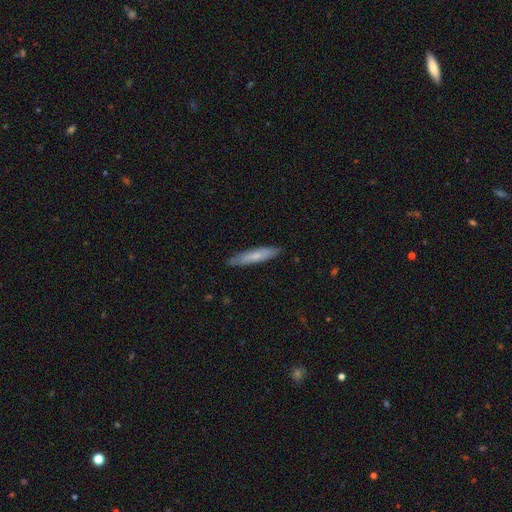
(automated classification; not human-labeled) smooth_or_featured: smooth (p=0.62) [alt: featured or disk p=0.33]
how_rounded: cigar-shaped (p=0.87) [alt: in between p=0.11]
merging: none (p=0.86) [alt: minor disturbance p=0.11]